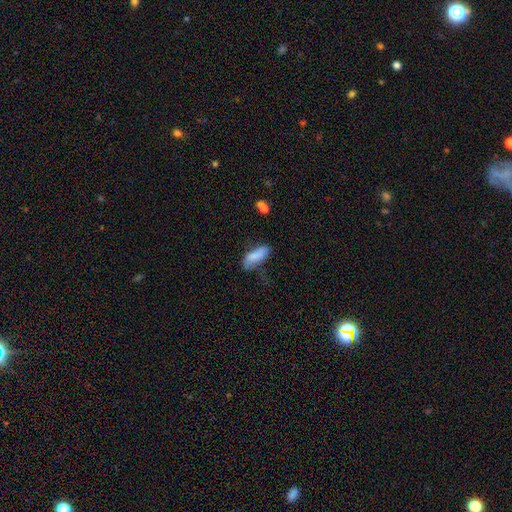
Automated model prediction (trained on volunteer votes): This is likely a smooth galaxy (76%). How rounded: likely in between (75%). Merging: marginally none (45%).